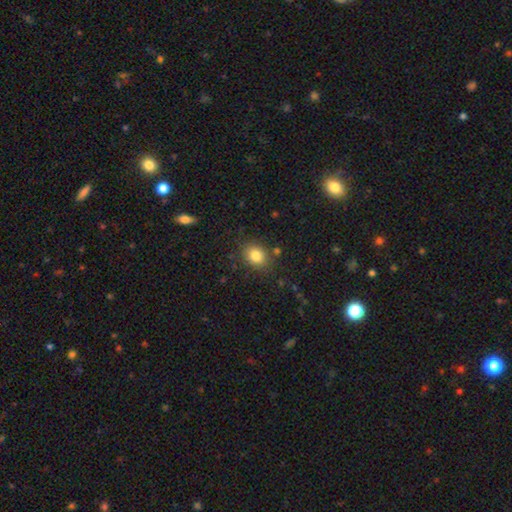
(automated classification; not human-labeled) smooth_or_featured: smooth (p=0.83) [alt: star or artifact p=0.10]
how_rounded: round (p=0.54) [alt: in between p=0.45]
merging: none (p=0.82) [alt: minor disturbance p=0.11]